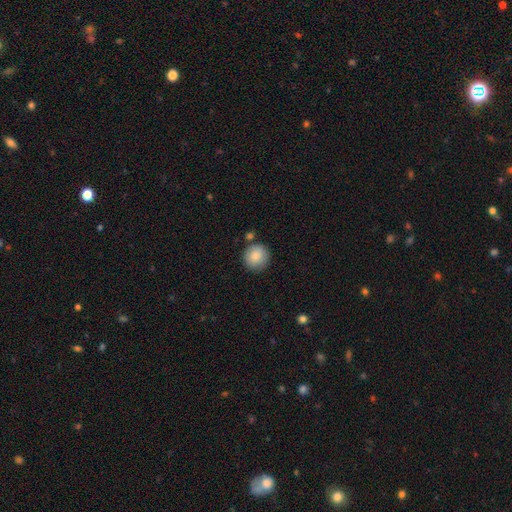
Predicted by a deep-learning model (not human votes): Smooth or featured: smooth — 86% (star or artifact — 7%)
How rounded: round — 92% (in between — 7%)
Merging: none — 79% (minor disturbance — 12%)